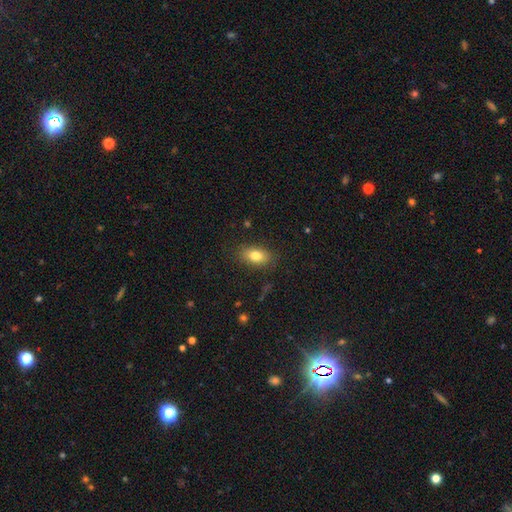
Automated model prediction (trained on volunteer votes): Smooth or featured?
  - smooth: 80% *
  - featured or disk: 11%
  - star or artifact: 9%
How rounded?
  - in between: 86% *
  - round: 10%
  - cigar-shaped: 4%
Merging?
  - none: 85% *
  - minor disturbance: 11%
  - major disturbance: 3%
  - merger: 1%